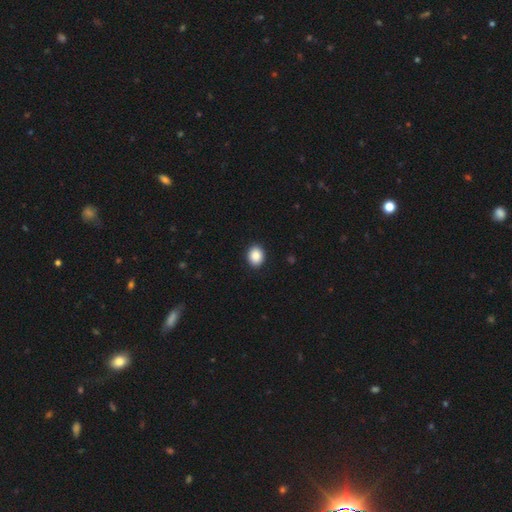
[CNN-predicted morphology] Smooth or featured? Predicted: smooth (p=0.89). How rounded? Predicted: round (p=0.55). Merging? Predicted: none (p=0.92).